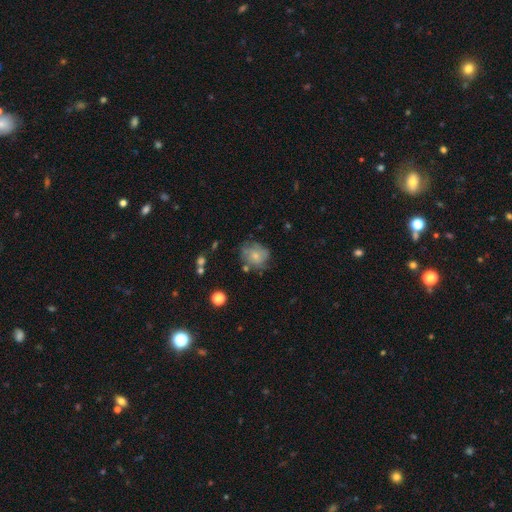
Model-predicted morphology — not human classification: Smooth or featured? Predicted: featured or disk (p=0.46). Merging? Predicted: none (p=0.58).